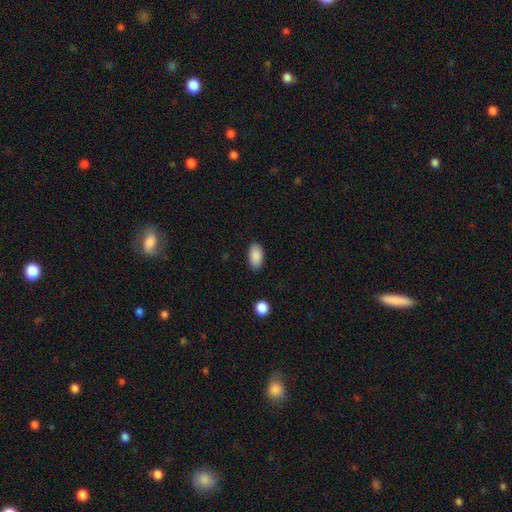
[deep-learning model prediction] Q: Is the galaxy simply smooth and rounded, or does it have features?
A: smooth — 89%.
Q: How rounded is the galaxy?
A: in between — 94%.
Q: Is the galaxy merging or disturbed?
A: none — 85%.